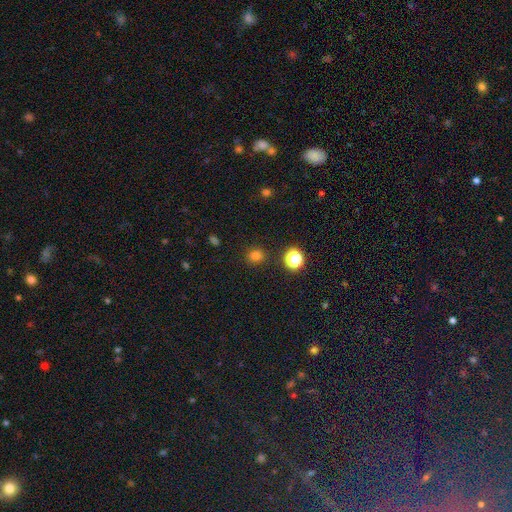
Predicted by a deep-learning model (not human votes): This appears to be a smooth galaxy with no disk features (78%) that is round (86%). Merging: none (88%).